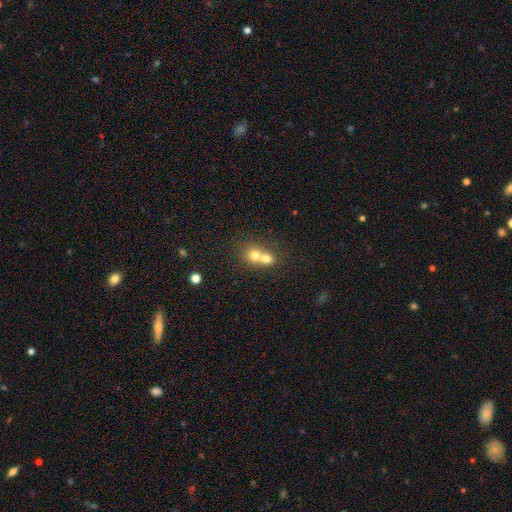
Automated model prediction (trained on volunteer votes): The model was most divided on "merging": merger: 69%, none: 24%, minor disturbance: 4%, major disturbance: 2%. More confident: how rounded — round (76%); smooth or featured — smooth (72%).